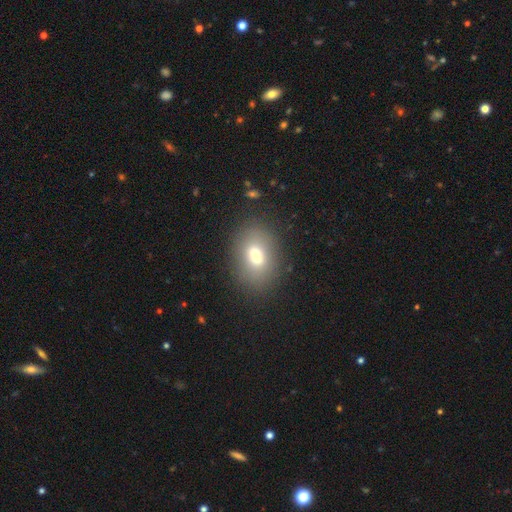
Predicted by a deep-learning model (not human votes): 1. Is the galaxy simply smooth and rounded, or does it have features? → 72% smooth, 16% featured or disk, 12% star or artifact.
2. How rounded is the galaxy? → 79% in between, 20% round, 2% cigar-shaped.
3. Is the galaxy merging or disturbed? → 81% none, 11% minor disturbance, 5% major disturbance, 3% merger.